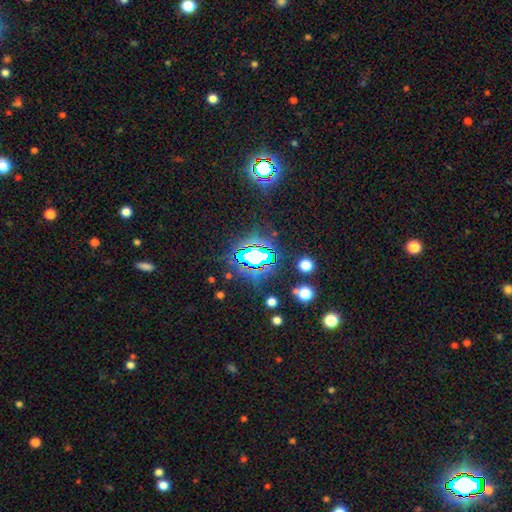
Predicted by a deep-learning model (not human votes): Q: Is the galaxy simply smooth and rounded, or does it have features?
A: star or artifact — 67%.